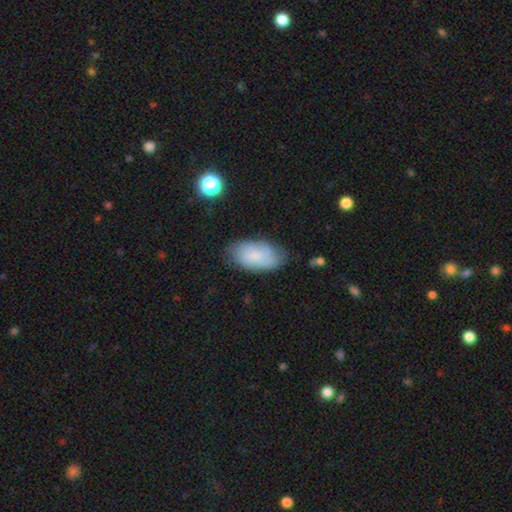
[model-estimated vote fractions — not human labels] smooth_or_featured: smooth (p=0.68) [alt: featured or disk p=0.24]
how_rounded: in between (p=0.94) [alt: round p=0.04]
merging: none (p=0.73) [alt: minor disturbance p=0.21]